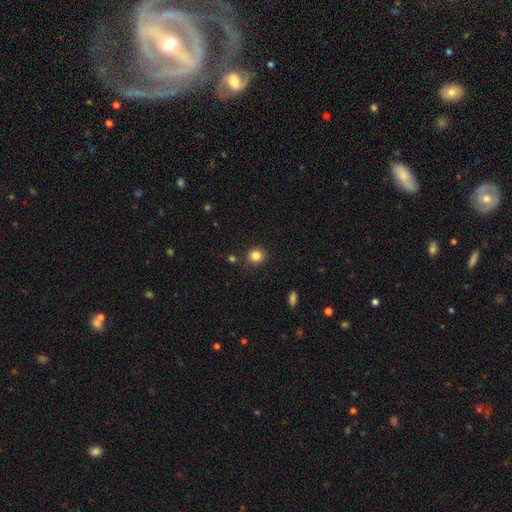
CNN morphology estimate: This appears to be a smooth galaxy with no disk features (84%) that is round (86%). Merging: none (87%).